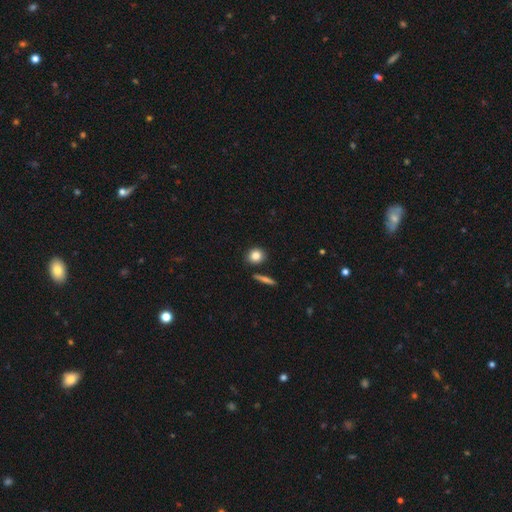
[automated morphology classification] A smooth galaxy with no disk features (84%) that is round (76%).

Vote fractions:
- Smooth or featured? smooth: 84% / star or artifact: 9% / featured or disk: 7%
- How rounded? round: 76% / in between: 21% / cigar-shaped: 3%
- Merging? none: 83% / minor disturbance: 9% / merger: 5% / major disturbance: 2%